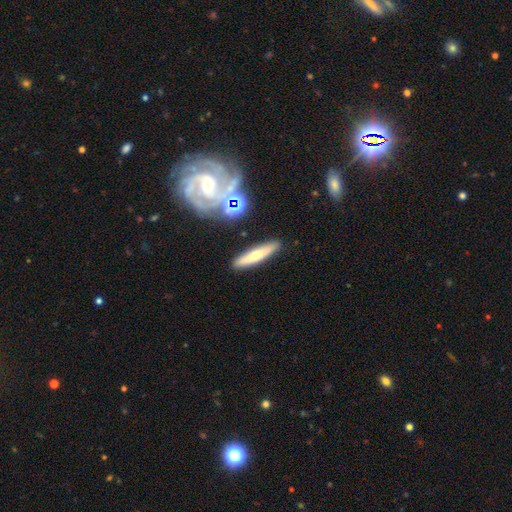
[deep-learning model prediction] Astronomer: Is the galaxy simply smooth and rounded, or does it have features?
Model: smooth — 54% (runner-up: featured or disk, 37%).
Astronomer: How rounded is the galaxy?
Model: cigar-shaped — 84%.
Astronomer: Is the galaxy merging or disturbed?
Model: none — 88%.